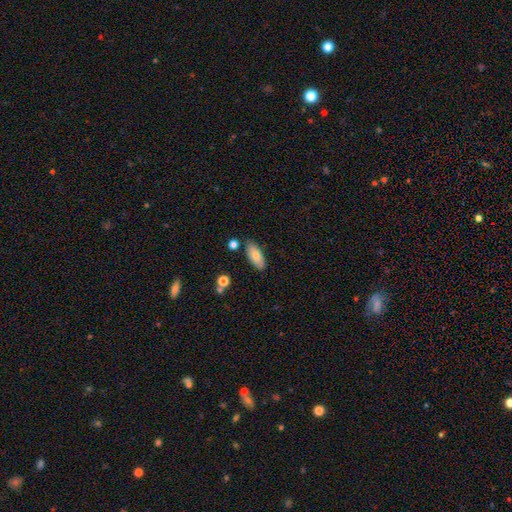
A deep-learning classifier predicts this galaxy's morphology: This is likely a smooth galaxy (79%). How rounded: clearly in between (81%). Merging: clearly none (82%).